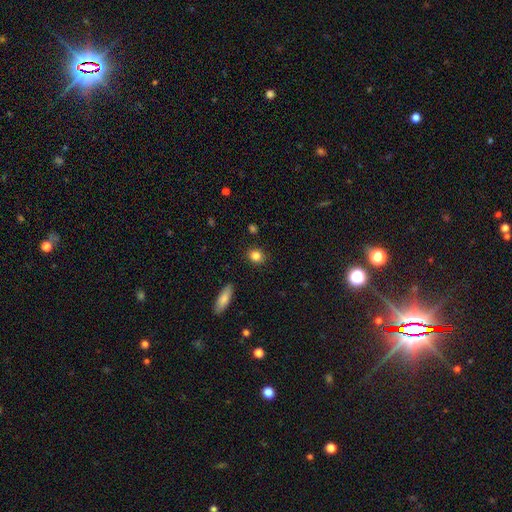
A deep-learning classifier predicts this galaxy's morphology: The model was most divided on "how rounded": round: 71%, in between: 27%, cigar-shaped: 2%. More confident: merging — none (89%); smooth or featured — smooth (84%).